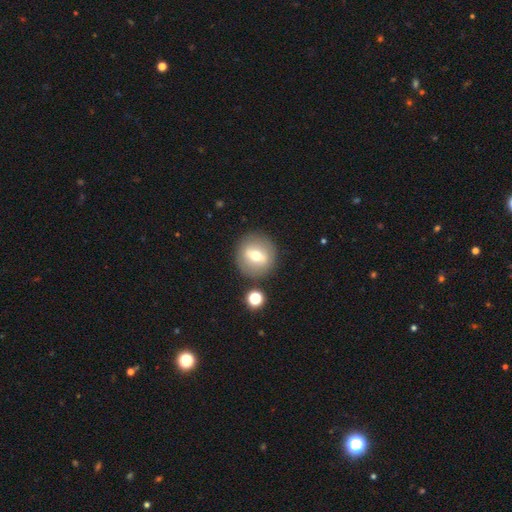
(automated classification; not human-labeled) This is possibly a smooth galaxy (51%). How rounded: clearly round (87%). Merging: clearly none (85%).